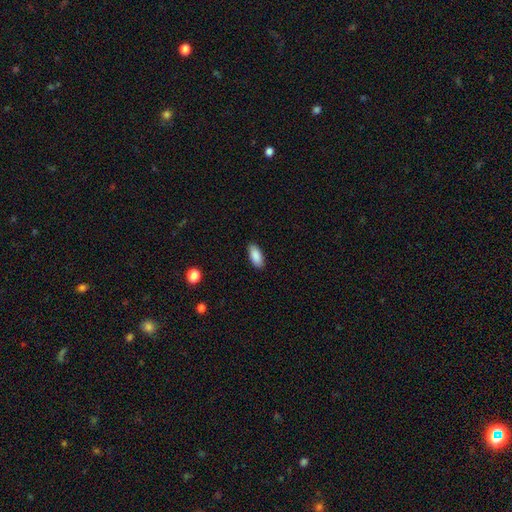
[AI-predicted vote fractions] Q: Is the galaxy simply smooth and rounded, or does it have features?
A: smooth — 89%.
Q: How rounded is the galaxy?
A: in between — 89%.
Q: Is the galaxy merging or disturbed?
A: none — 88%.